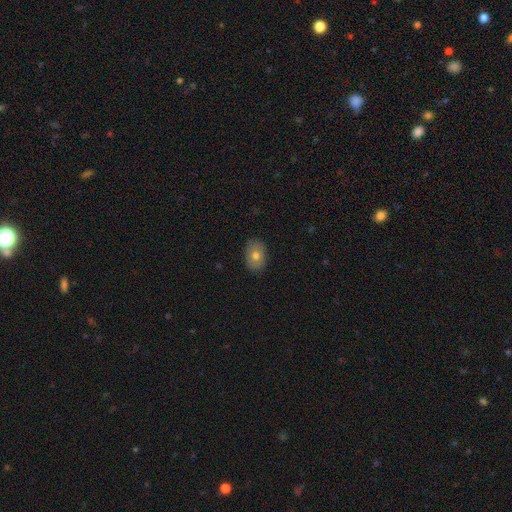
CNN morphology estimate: smooth 72%, featured or disk 19%, star or artifact 8%. Down the decision tree: how rounded — in between (77%); merging — none (86%).